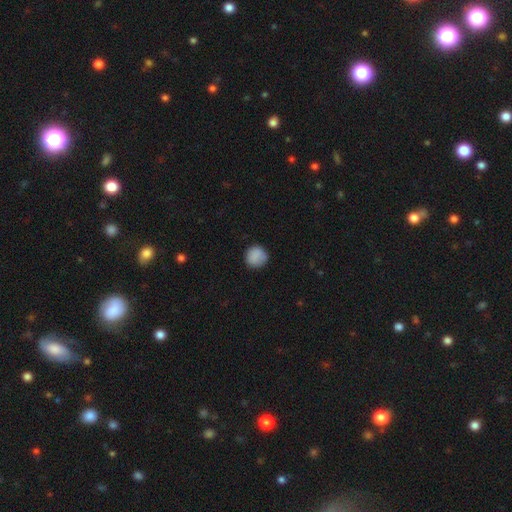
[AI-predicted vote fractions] A smooth galaxy with no disk features (87%) that is round (91%).

Vote fractions:
- Smooth or featured? smooth: 87% / star or artifact: 8% / featured or disk: 5%
- How rounded? round: 91% / in between: 8% / cigar-shaped: 1%
- Merging? none: 83% / minor disturbance: 13% / major disturbance: 3% / merger: 1%